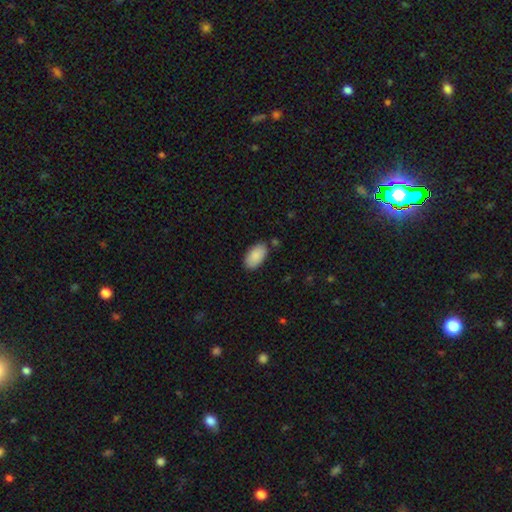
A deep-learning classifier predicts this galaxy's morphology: Smooth or featured: smooth — 90% (star or artifact — 6%)
How rounded: in between — 95% (round — 3%)
Merging: none — 80% (minor disturbance — 14%)